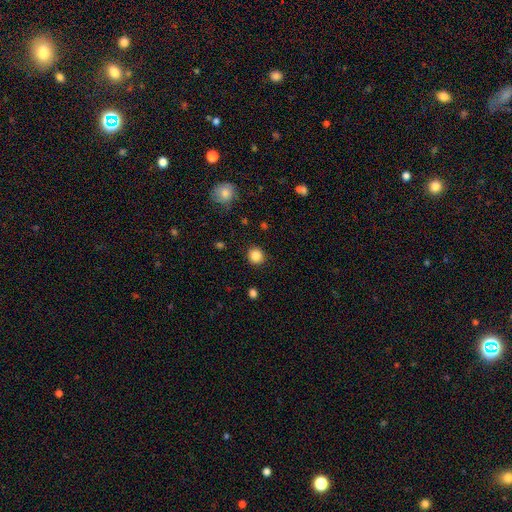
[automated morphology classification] Q: Smooth or featured?
A: smooth (86%); runner-up: star or artifact (10%)
Q: How rounded?
A: round (90%); runner-up: in between (9%)
Q: Merging?
A: none (90%); runner-up: minor disturbance (6%)